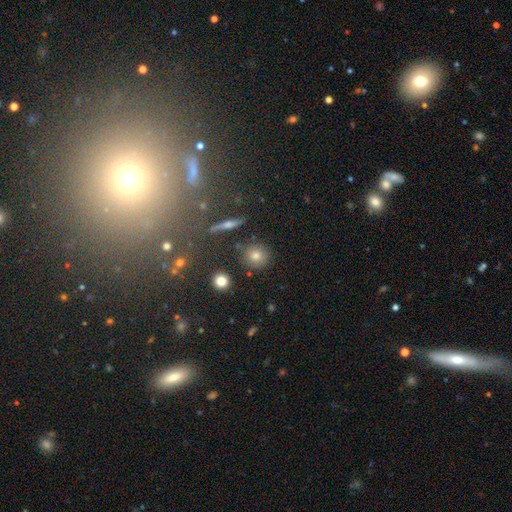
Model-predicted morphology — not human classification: Overall: smooth (75%). How rounded: round (90%). Merging: none (86%).